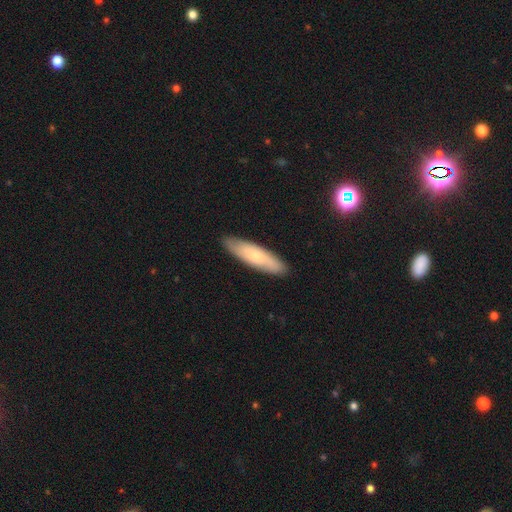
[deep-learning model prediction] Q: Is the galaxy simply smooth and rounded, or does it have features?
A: smooth — 62%.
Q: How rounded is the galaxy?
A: cigar-shaped — 69%.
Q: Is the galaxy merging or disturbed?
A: none — 87%.